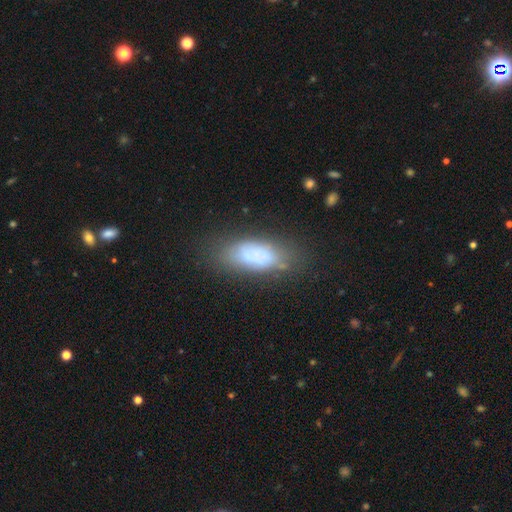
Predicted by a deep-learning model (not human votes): smooth_or_featured: smooth (p=0.59) [alt: featured or disk p=0.30]
how_rounded: in between (p=0.79) [alt: cigar-shaped p=0.17]
merging: none (p=0.59) [alt: minor disturbance p=0.23]